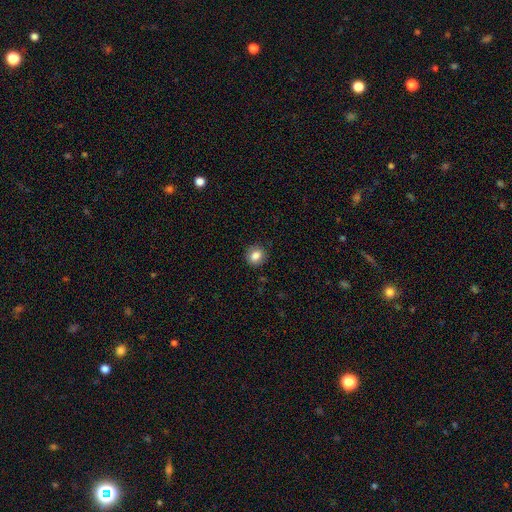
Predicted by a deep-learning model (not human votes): smooth 84%, star or artifact 10%, featured or disk 6%. Down the decision tree: how rounded — round (79%); merging — none (89%).